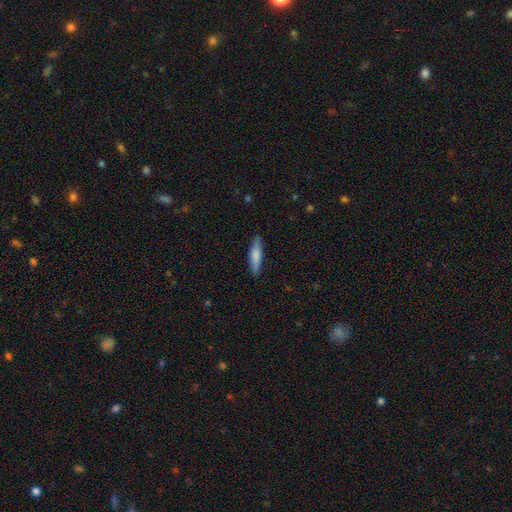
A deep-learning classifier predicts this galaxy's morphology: Smooth or featured?
  - smooth: 73% *
  - featured or disk: 21%
  - star or artifact: 6%
How rounded?
  - cigar-shaped: 84% *
  - in between: 15%
  - round: 1%
Merging?
  - none: 88% *
  - minor disturbance: 9%
  - major disturbance: 2%
  - merger: 1%